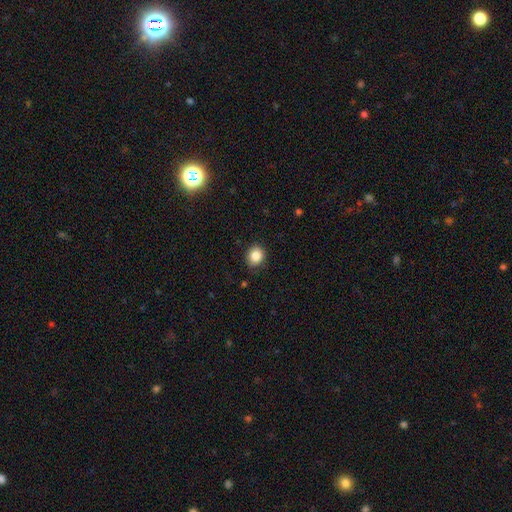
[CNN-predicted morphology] This appears to be a smooth galaxy with no disk features (86%) that is round (70%). Merging: none (86%).